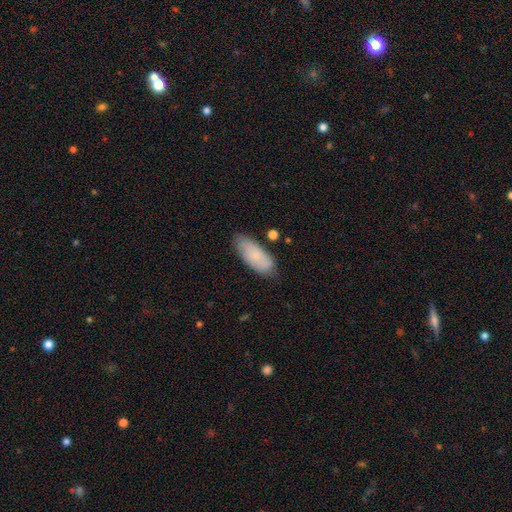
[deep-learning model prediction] smooth 78%, featured or disk 16%, star or artifact 6%. Down the decision tree: how rounded — in between (82%); merging — none (75%).